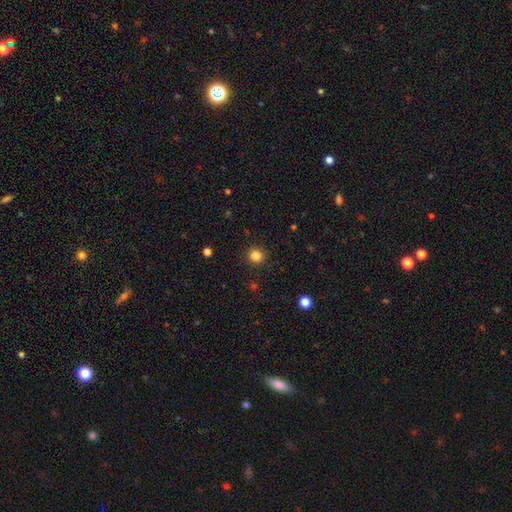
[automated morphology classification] This is clearly a smooth galaxy (84%). How rounded: clearly round (94%). Merging: clearly none (92%).